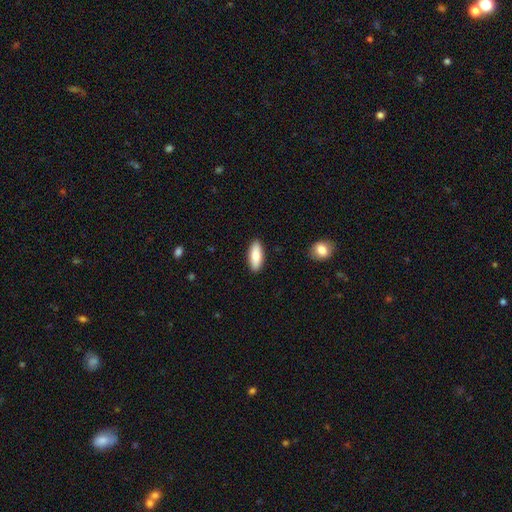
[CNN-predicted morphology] smooth_or_featured: smooth (p=0.83) [alt: featured or disk p=0.12]
how_rounded: in between (p=0.67) [alt: cigar-shaped p=0.31]
merging: none (p=0.89) [alt: minor disturbance p=0.07]